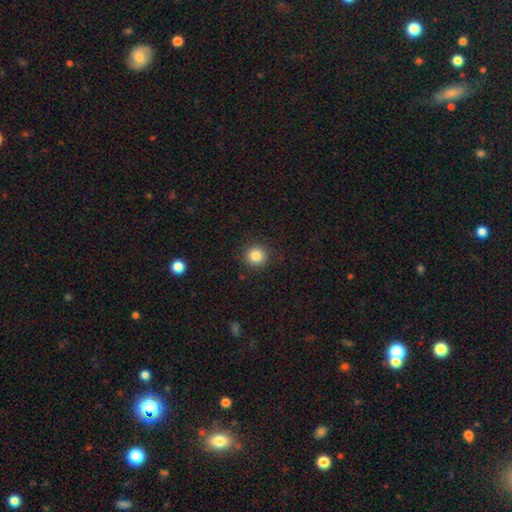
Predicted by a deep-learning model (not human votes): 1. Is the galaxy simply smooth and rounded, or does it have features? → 85% smooth, 11% star or artifact, 5% featured or disk.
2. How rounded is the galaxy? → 93% round, 6% in between, 1% cigar-shaped.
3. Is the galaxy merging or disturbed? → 90% none, 7% minor disturbance, 2% major disturbance, 1% merger.